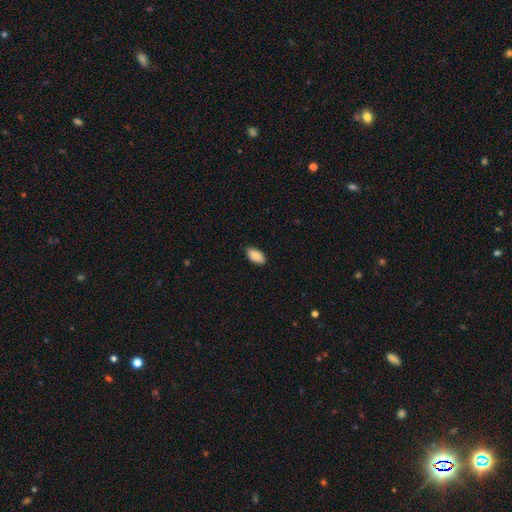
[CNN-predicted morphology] A smooth galaxy with no disk features (89%) that is in between round and cigar-shaped (95%). Merging: none (87%).